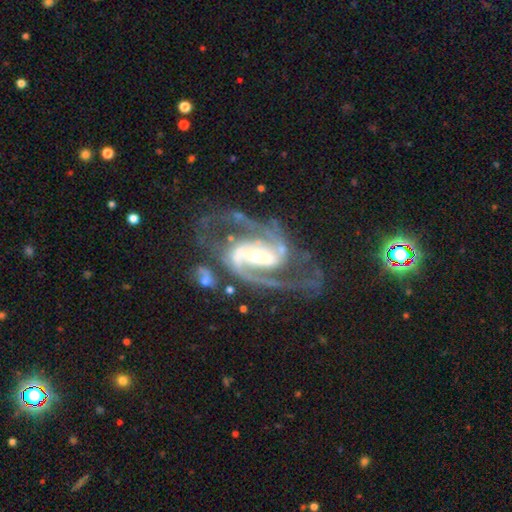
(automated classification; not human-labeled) Morphology: type=featured or disk (93%); edge-on=no (97%); bar=strong (59%); spiral arms=yes (98%); winding=medium (61%); arm count=2 (82%); bulge=small (50%); merging=none (59%).